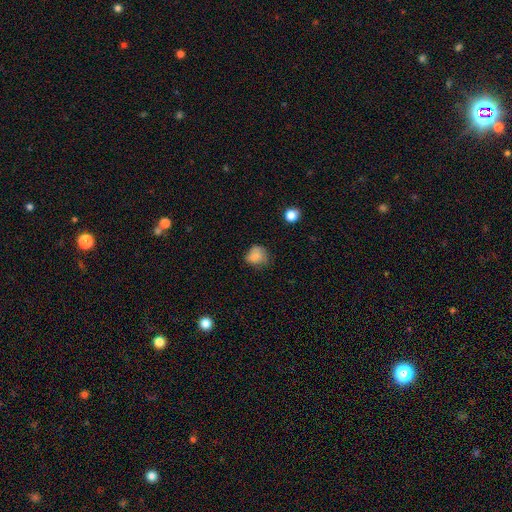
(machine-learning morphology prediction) type=smooth (80%); roundness=round (65%); merging=none (54%).